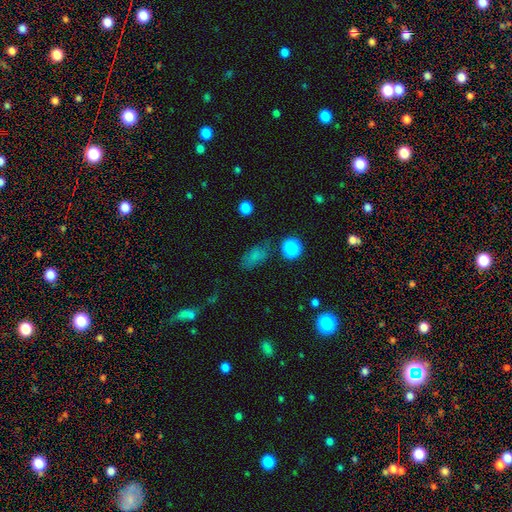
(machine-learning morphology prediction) Smooth or featured?
  - smooth: 70% *
  - star or artifact: 19%
  - featured or disk: 10%
How rounded?
  - in between: 80% *
  - round: 13%
  - cigar-shaped: 7%
Merging?
  - none: 65% *
  - minor disturbance: 22%
  - major disturbance: 10%
  - merger: 4%